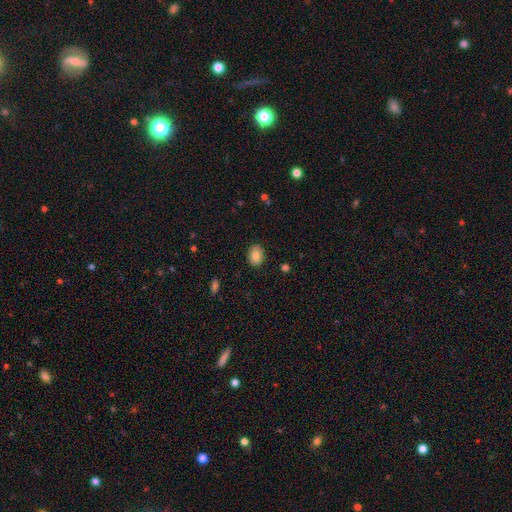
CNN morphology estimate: type=smooth (83%); roundness=in between (71%); merging=none (88%).